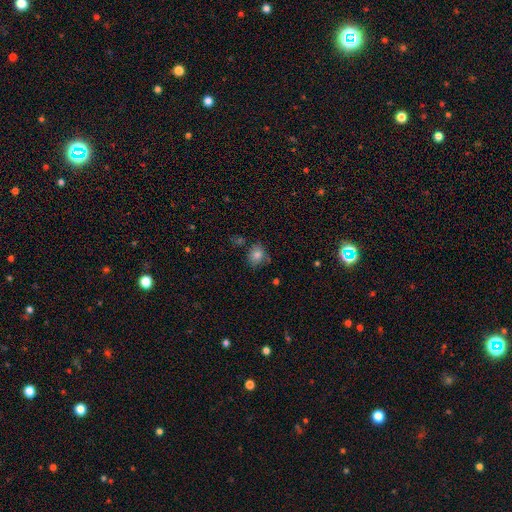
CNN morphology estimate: This appears to be a smooth galaxy with no disk features (78%) that is round (63%). Merging: none (67%).